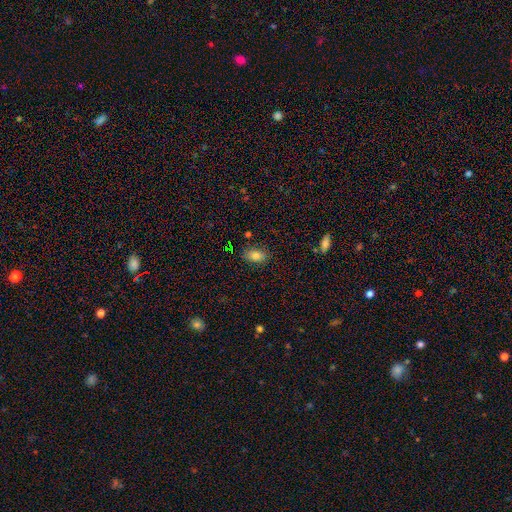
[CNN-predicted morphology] type=smooth (80%); roundness=in between (86%); merging=none (83%).